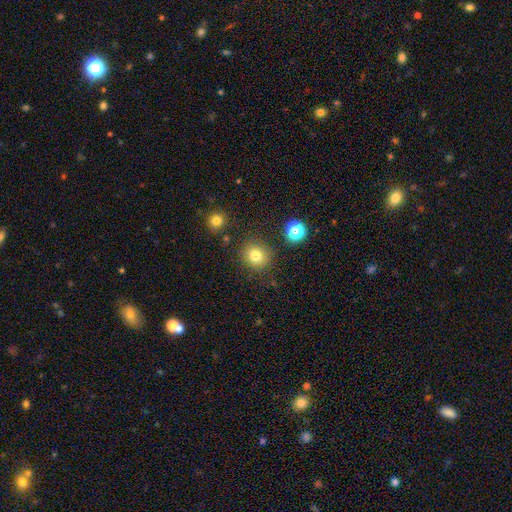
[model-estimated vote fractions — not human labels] A smooth galaxy with no disk features (78%) that is round (90%). Merging: none (86%).